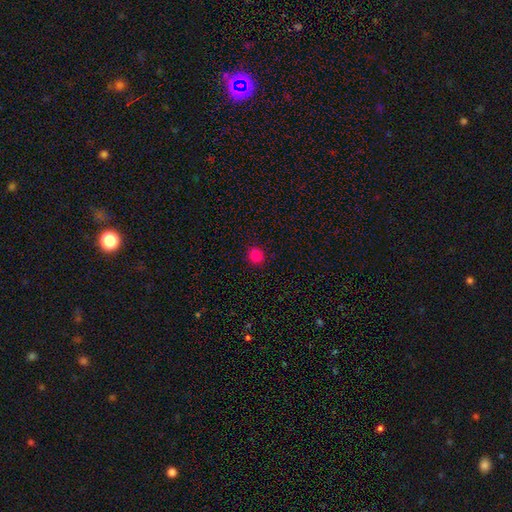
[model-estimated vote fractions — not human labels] Smooth or featured? Predicted: smooth (p=0.82). How rounded? Predicted: round (p=0.86). Merging? Predicted: none (p=0.91).